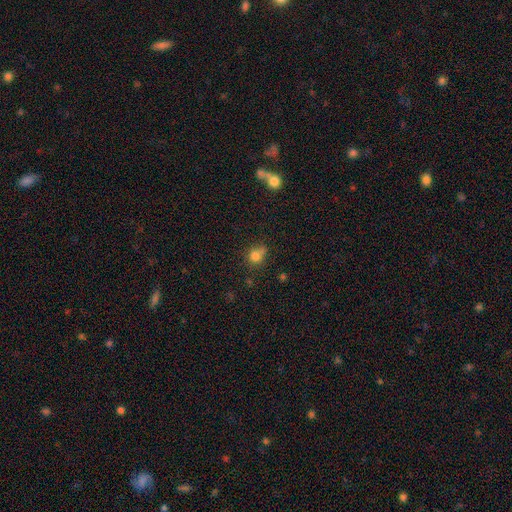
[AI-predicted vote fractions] Smooth or featured? smooth (78%)
How rounded? round (73%)
Merging? none (48%)